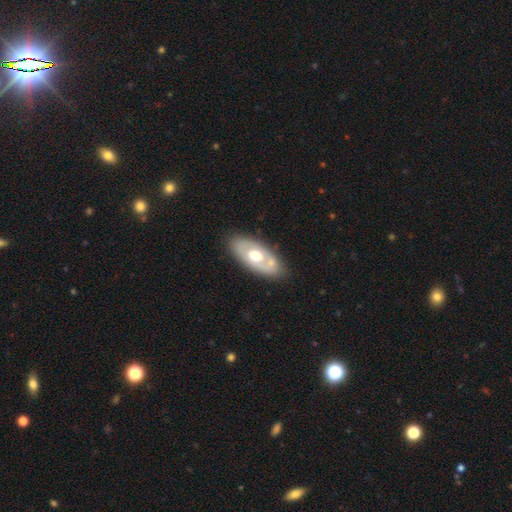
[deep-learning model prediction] Smooth or featured? featured or disk (52%)
Edge-on disk? no (84%)
Merging? none (80%)